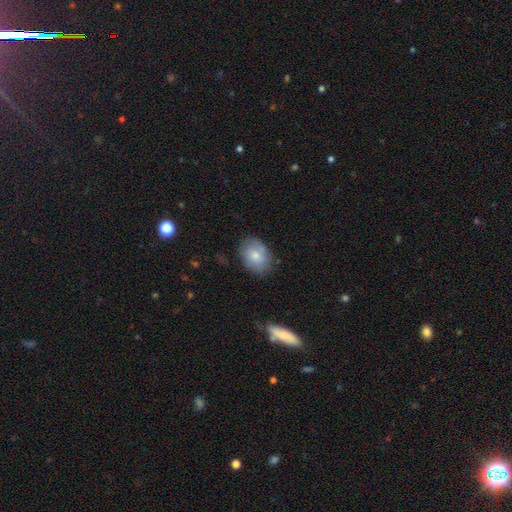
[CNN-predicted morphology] Smooth or featured?
  - smooth: 76% *
  - featured or disk: 17%
  - star or artifact: 7%
How rounded?
  - in between: 69% *
  - round: 30%
  - cigar-shaped: 1%
Merging?
  - none: 78% *
  - minor disturbance: 17%
  - major disturbance: 4%
  - merger: 1%